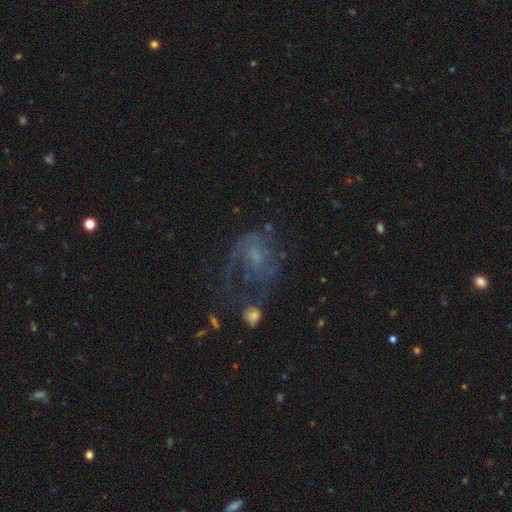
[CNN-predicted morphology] Smooth or featured?
  - featured or disk: 67% *
  - smooth: 19%
  - star or artifact: 14%
Edge-on disk?
  - no: 97% *
  - yes: 3%
Bar?
  - no: 65% *
  - weak: 30%
  - strong: 5%
Spiral arms?
  - yes: 74% *
  - no: 26%
Bulge size?
  - small: 49% *
  - moderate: 25%
  - none: 22%
  - large: 3%
  - dominant: 1%
Merging?
  - major disturbance: 39% *
  - none: 37%
  - minor disturbance: 18%
  - merger: 7%